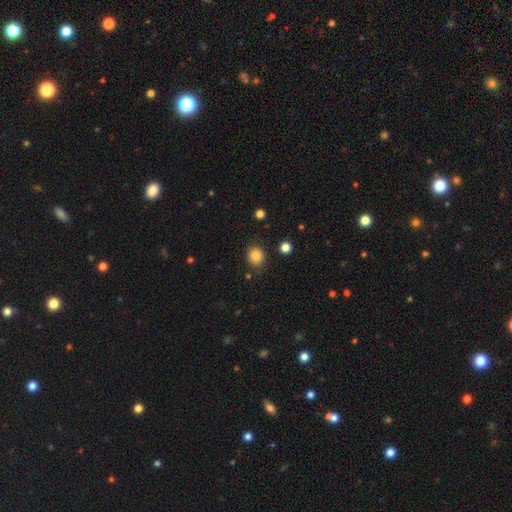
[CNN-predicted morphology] This is clearly a smooth galaxy (84%). How rounded: likely round (79%). Merging: clearly none (84%).